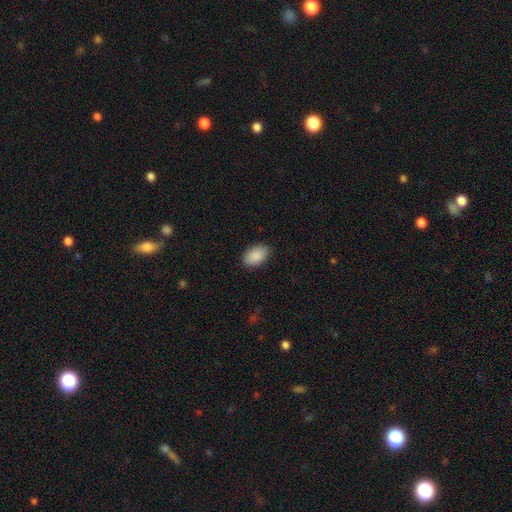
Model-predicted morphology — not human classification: A smooth galaxy with no disk features (90%) that is in between round and cigar-shaped (92%). Merging: none (88%).